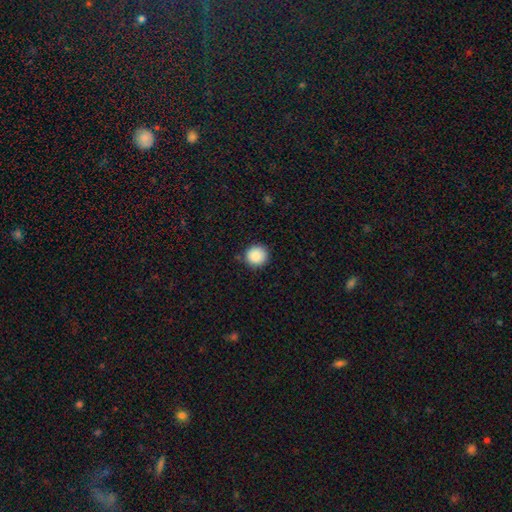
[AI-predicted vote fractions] A smooth galaxy with no disk features (88%) that is round (94%). Merging: none (88%).